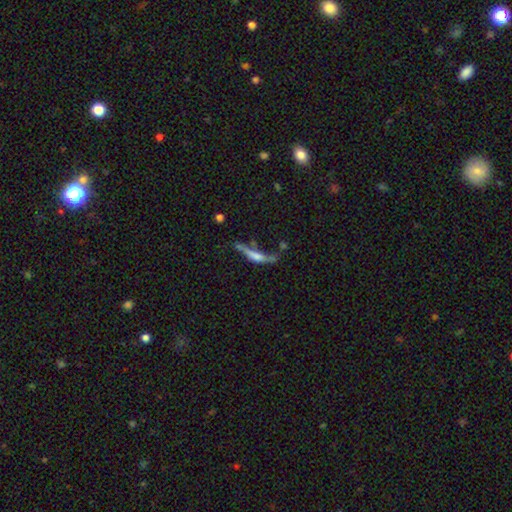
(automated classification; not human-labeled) Smooth or featured?
  - featured or disk: 48% *
  - smooth: 41%
  - star or artifact: 10%
Merging?
  - none: 37% *
  - minor disturbance: 23%
  - major disturbance: 21%
  - merger: 19%